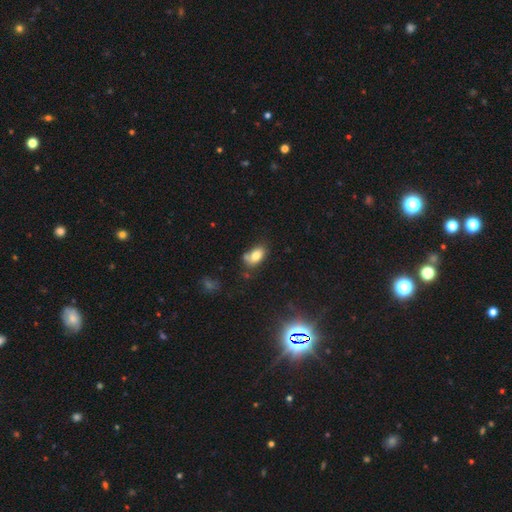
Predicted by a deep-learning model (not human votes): Q: Smooth or featured?
A: smooth (79%); runner-up: featured or disk (12%)
Q: How rounded?
A: in between (89%); runner-up: round (9%)
Q: Merging?
A: none (58%); runner-up: minor disturbance (21%)